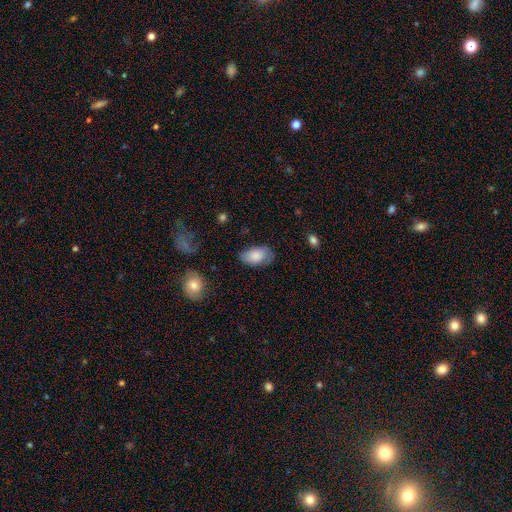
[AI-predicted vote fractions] This is clearly a smooth galaxy (80%). How rounded: clearly in between (93%). Merging: likely none (70%).